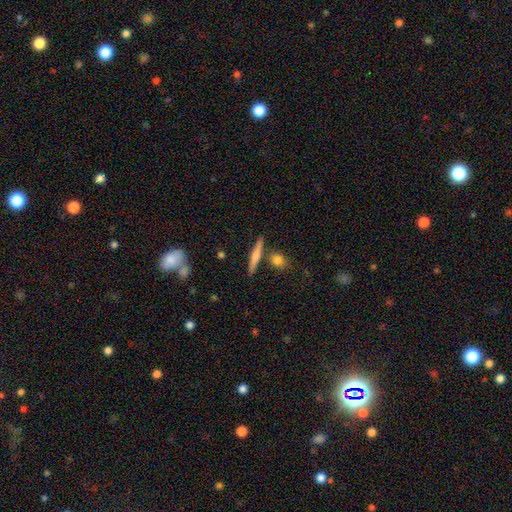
This appears to be a featured or disk galaxy (55%) viewed edge-on (100%) with a rounded central bulge (71%). Merging: none (79%).